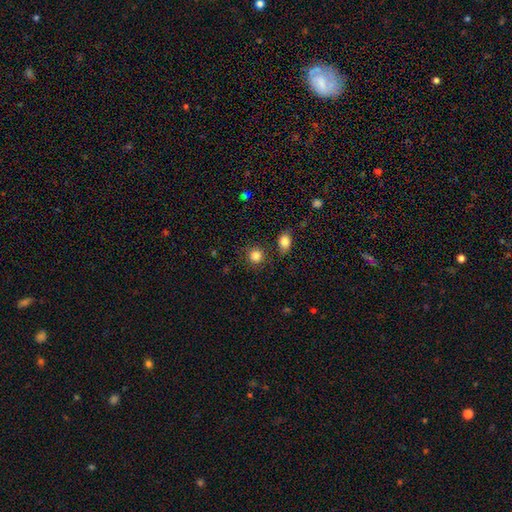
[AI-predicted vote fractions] A smooth galaxy with no disk features (85%) that is round (89%).

Vote fractions:
- Smooth or featured? smooth: 85% / star or artifact: 11% / featured or disk: 5%
- How rounded? round: 89% / in between: 10% / cigar-shaped: 1%
- Merging? none: 82% / minor disturbance: 9% / merger: 6% / major disturbance: 3%